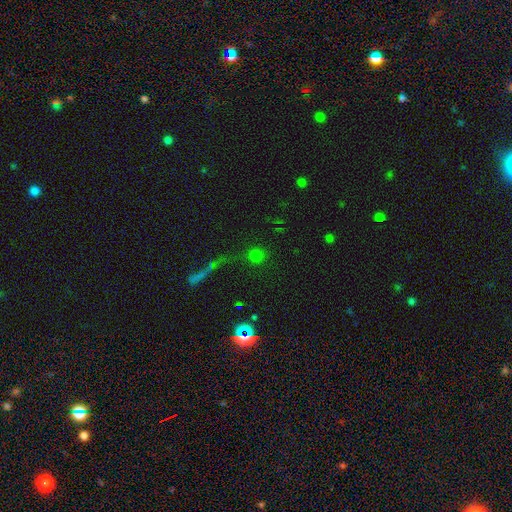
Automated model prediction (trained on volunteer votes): Smooth or featured? smooth (61%)
How rounded? round (91%)
Merging? none (76%)